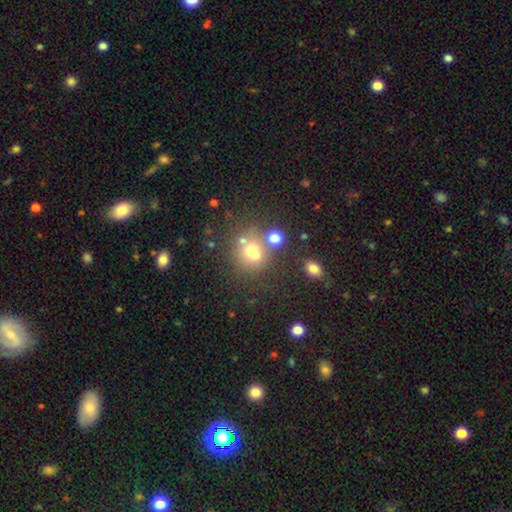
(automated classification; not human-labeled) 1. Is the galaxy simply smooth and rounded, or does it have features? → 61% smooth, 19% featured or disk, 19% star or artifact.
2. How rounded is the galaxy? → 77% round, 22% in between, 1% cigar-shaped.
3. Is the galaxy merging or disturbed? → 51% none, 31% merger, 11% minor disturbance, 6% major disturbance.